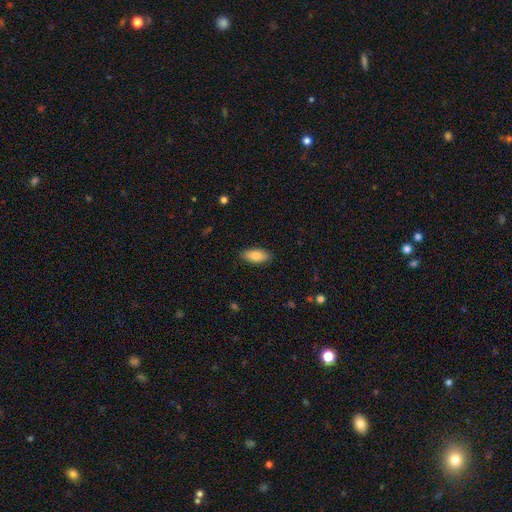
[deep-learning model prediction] Smooth or featured?
  - smooth: 83% *
  - featured or disk: 11%
  - star or artifact: 7%
How rounded?
  - in between: 85% *
  - cigar-shaped: 12%
  - round: 2%
Merging?
  - none: 88% *
  - minor disturbance: 9%
  - major disturbance: 2%
  - merger: 1%